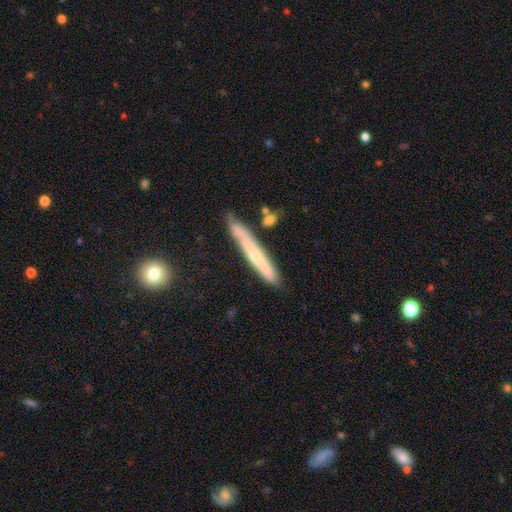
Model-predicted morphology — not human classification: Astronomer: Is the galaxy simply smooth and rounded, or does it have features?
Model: featured or disk — 52% (runner-up: smooth, 42%).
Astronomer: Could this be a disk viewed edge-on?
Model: yes — 87%.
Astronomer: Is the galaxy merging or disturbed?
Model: none — 74%.